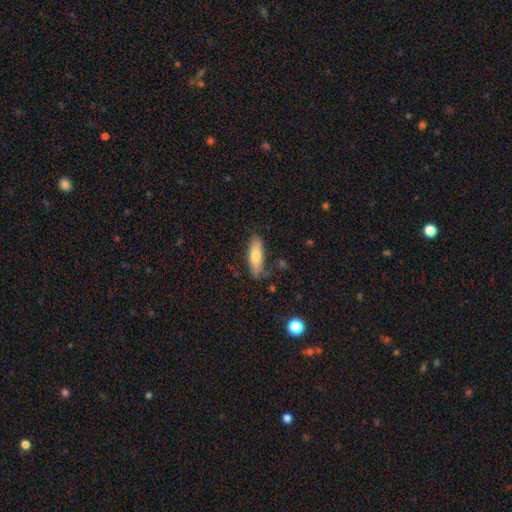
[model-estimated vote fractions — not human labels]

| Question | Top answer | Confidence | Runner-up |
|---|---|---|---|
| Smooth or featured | smooth | 74% | featured or disk (20%) |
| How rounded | in between | 52% | cigar-shaped (46%) |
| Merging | none | 79% | minor disturbance (15%) |